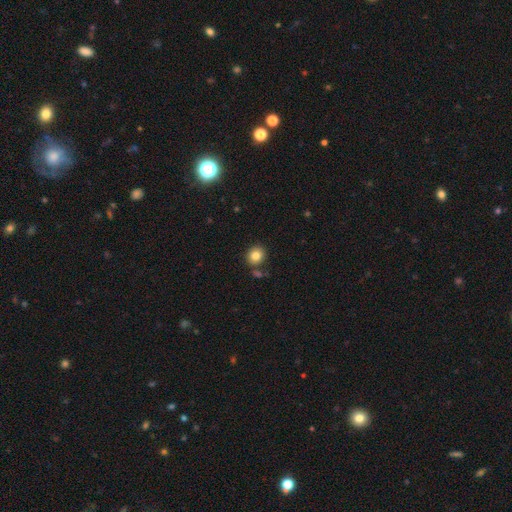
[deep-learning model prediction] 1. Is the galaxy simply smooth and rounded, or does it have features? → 82% smooth, 10% star or artifact, 7% featured or disk.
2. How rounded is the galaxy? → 79% round, 20% in between, 1% cigar-shaped.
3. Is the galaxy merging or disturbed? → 79% none, 10% minor disturbance, 8% merger, 3% major disturbance.